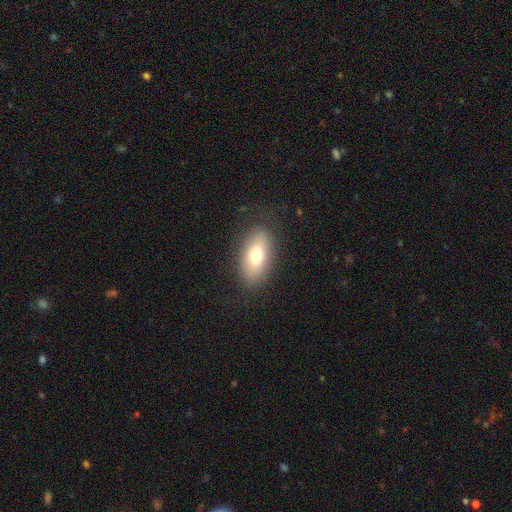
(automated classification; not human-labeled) Smooth or featured? smooth (75%)
How rounded? in between (89%)
Merging? none (84%)